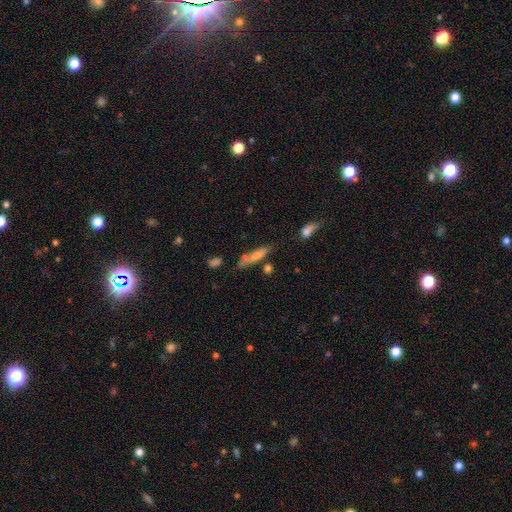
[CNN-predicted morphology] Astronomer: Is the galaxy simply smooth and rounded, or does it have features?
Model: smooth — 72%.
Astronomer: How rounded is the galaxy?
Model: cigar-shaped — 78%.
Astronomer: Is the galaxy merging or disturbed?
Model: none — 57%.